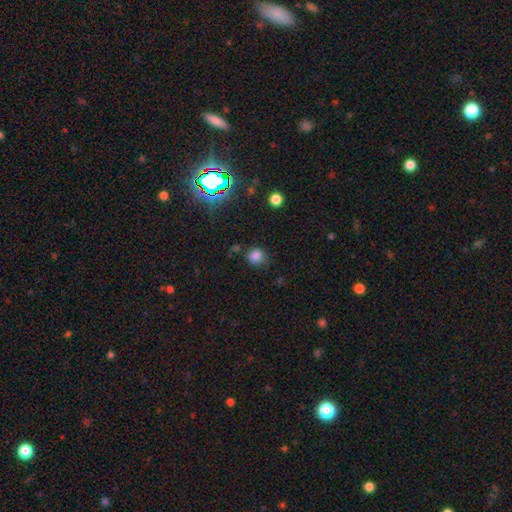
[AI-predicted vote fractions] Morphology: type=smooth (79%); roundness=round (84%); merging=none (74%).